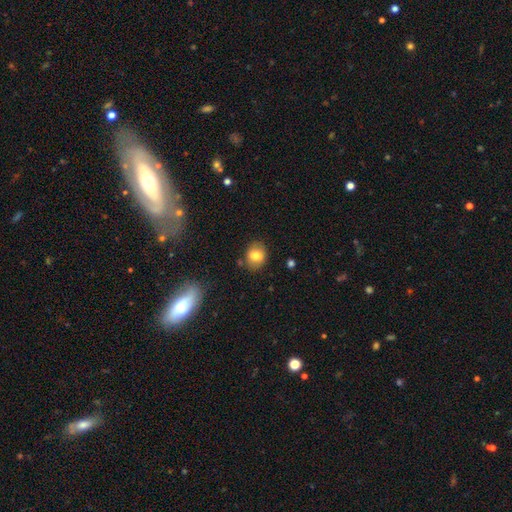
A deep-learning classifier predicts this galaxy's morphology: A smooth galaxy with no disk features (76%) that is round (57%). Merging: none (80%).